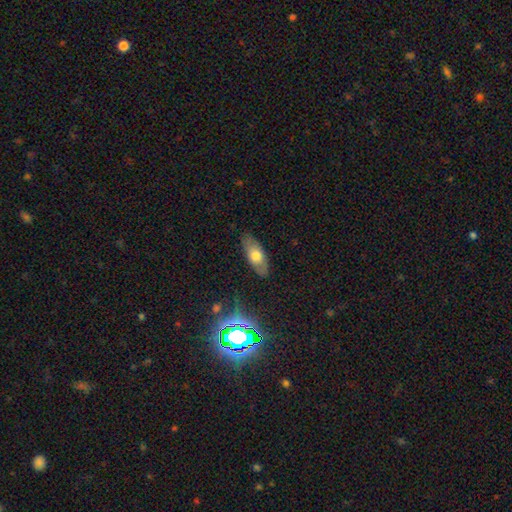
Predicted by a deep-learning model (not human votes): Smooth or featured? Predicted: smooth (p=0.65). How rounded? Predicted: in between (p=0.78). Merging? Predicted: none (p=0.83).